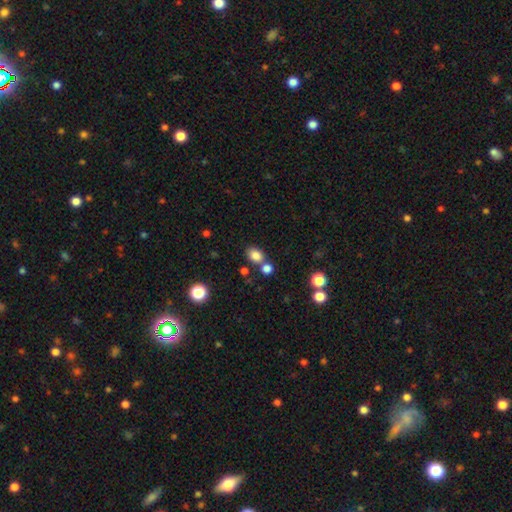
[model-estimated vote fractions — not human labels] Morphology: type=smooth (83%); roundness=in between (60%); merging=none (65%).